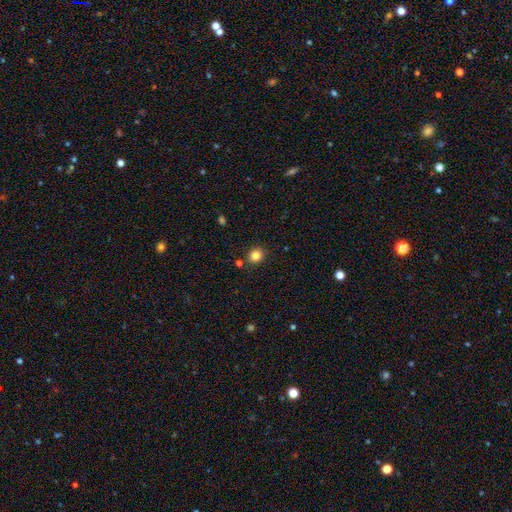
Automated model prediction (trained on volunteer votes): Overall: smooth (83%). How rounded: round (77%). Merging: none (86%).